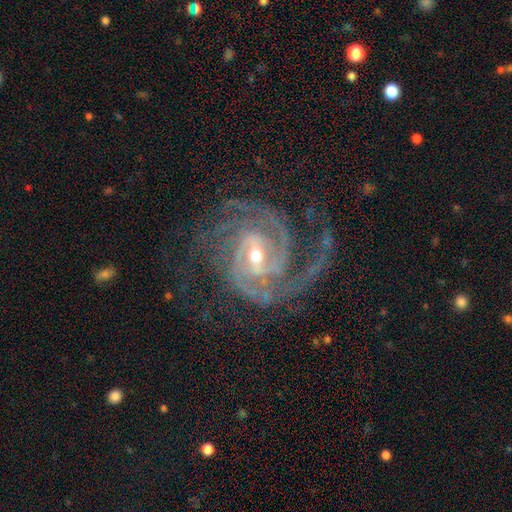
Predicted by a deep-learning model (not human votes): Overall: featured or disk (93%). Edge-on disk: no (98%). Bar: weak (45%; strong 31%). Spiral arms: yes (99%). Spiral arm count: 2 (34%; 3 33%). Spiral winding: tight (54%; medium 39%). Bulge size: moderate (50%; small 46%). Merging: none (68%).